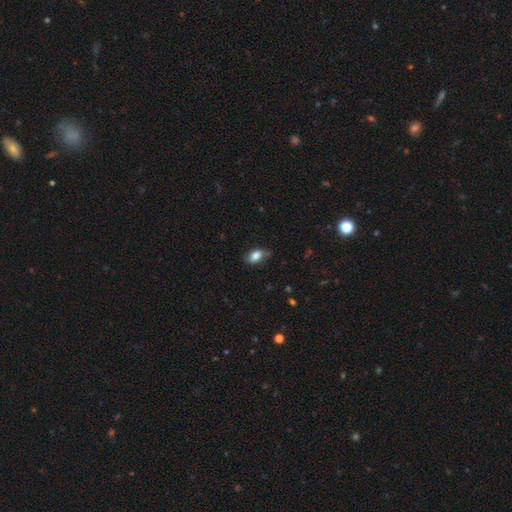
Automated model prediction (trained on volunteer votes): Smooth or featured?
  - smooth: 79% *
  - featured or disk: 13%
  - star or artifact: 8%
How rounded?
  - in between: 88% *
  - round: 9%
  - cigar-shaped: 3%
Merging?
  - none: 61% *
  - minor disturbance: 29%
  - major disturbance: 7%
  - merger: 2%